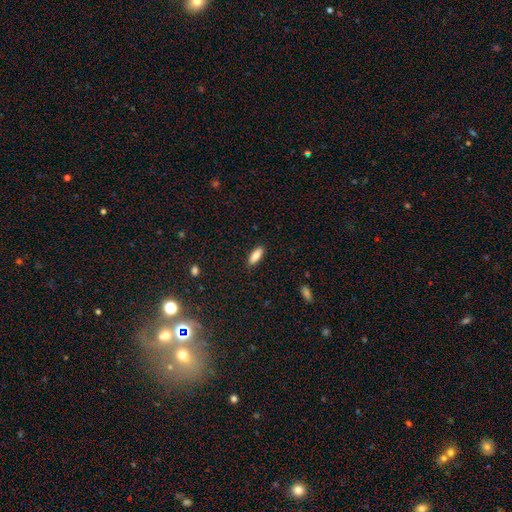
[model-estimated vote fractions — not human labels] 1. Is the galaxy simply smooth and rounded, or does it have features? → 85% smooth, 8% featured or disk, 7% star or artifact.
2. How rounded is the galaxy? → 72% in between, 27% cigar-shaped, 2% round.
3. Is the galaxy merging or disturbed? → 87% none, 9% minor disturbance, 2% major disturbance, 1% merger.